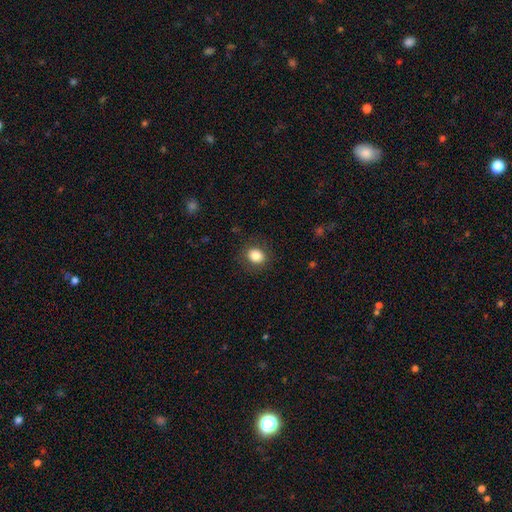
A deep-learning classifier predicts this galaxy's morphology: Q: Smooth or featured?
A: smooth (84%); runner-up: star or artifact (9%)
Q: How rounded?
A: round (62%); runner-up: in between (37%)
Q: Merging?
A: none (86%); runner-up: minor disturbance (10%)